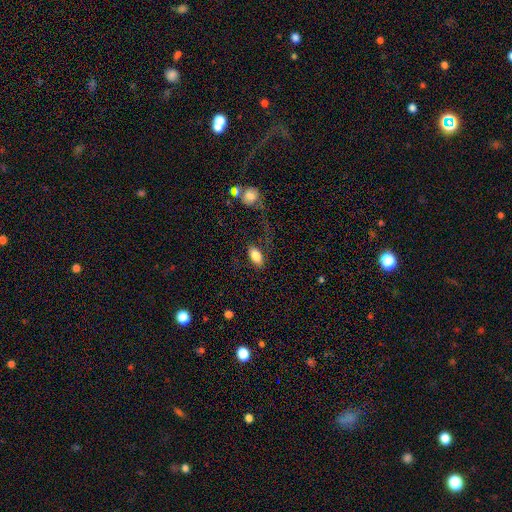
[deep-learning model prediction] This appears to be a smooth galaxy with no disk features (82%) that is in between round and cigar-shaped (90%). Merging: none (77%).